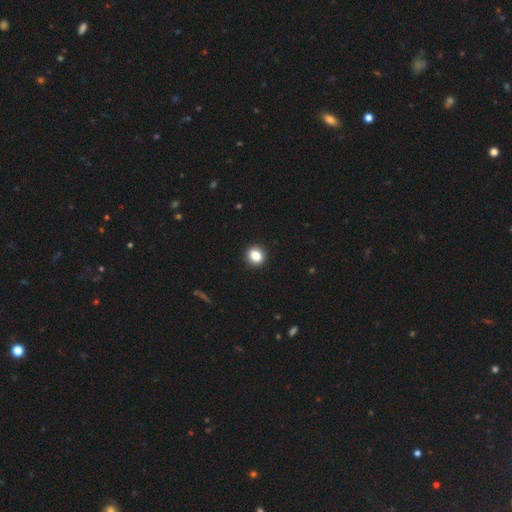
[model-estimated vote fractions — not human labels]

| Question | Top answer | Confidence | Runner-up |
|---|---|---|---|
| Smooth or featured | smooth | 84% | star or artifact (10%) |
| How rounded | round | 71% | in between (28%) |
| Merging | none | 91% | minor disturbance (6%) |